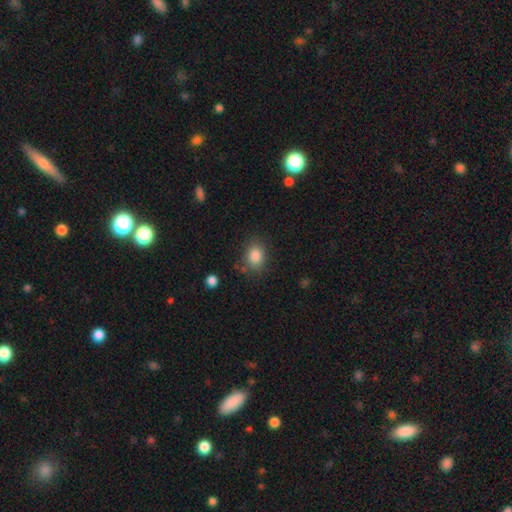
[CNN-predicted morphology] smooth-or-featured: smooth: 86% | star or artifact: 9% | featured or disk: 5%
  how-rounded: in between: 54% | round: 45% | cigar-shaped: 1%
  merging: none: 76% | minor disturbance: 16% | major disturbance: 5% | merger: 3%